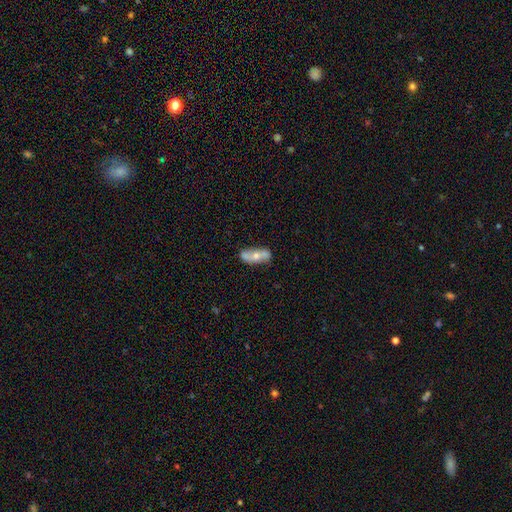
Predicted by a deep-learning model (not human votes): A smooth galaxy with no disk features (50%). Merging: none (59%).